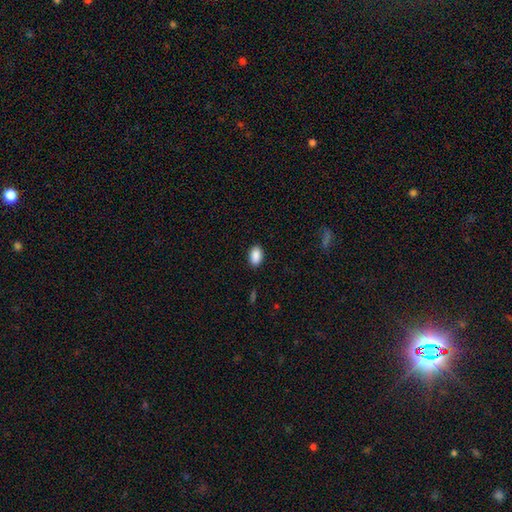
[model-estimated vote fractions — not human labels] This appears to be a smooth galaxy with no disk features (90%) that is in between round and cigar-shaped (92%). Merging: none (88%).